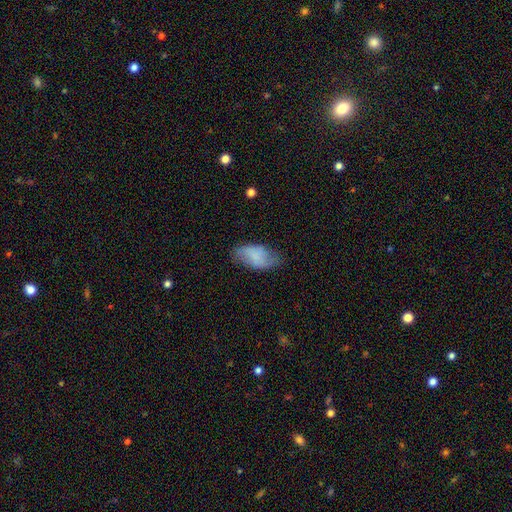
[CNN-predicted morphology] smooth-or-featured: smooth: 64% | featured or disk: 28% | star or artifact: 8%
  how-rounded: in between: 93% | round: 4% | cigar-shaped: 3%
  merging: none: 65% | minor disturbance: 25% | major disturbance: 8% | merger: 2%